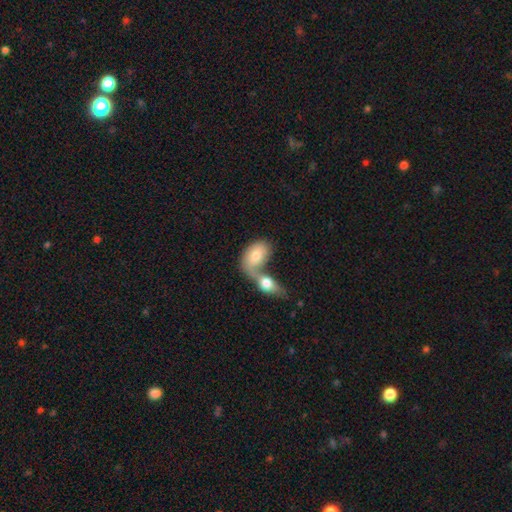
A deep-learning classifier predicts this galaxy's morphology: smooth 72%, featured or disk 23%, star or artifact 6%. Down the decision tree: how rounded — in between (89%); merging — merger (72%).